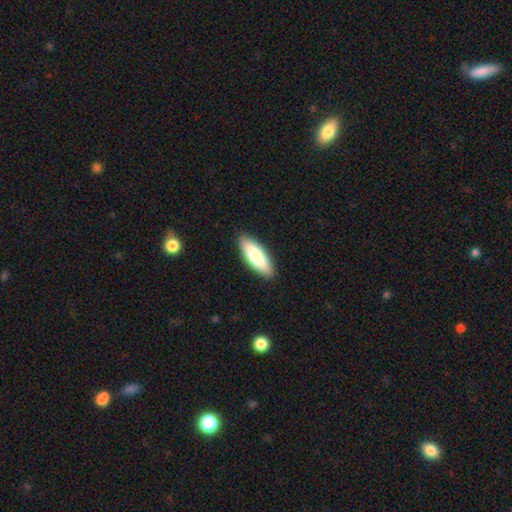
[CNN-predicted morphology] Q: Smooth or featured?
A: smooth (83%); runner-up: featured or disk (12%)
Q: How rounded?
A: in between (64%); runner-up: cigar-shaped (35%)
Q: Merging?
A: none (89%); runner-up: minor disturbance (8%)